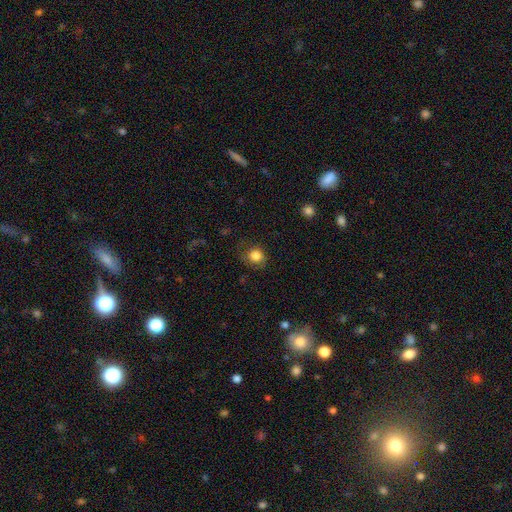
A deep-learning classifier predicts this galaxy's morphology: smooth 83%, star or artifact 11%, featured or disk 6%. Down the decision tree: how rounded — round (79%); merging — none (71%).